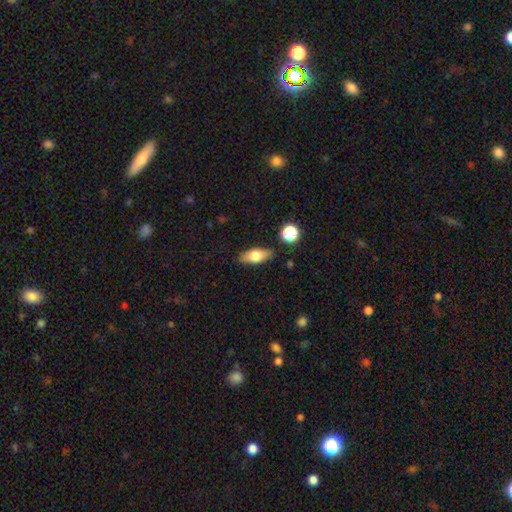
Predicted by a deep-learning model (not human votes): A smooth galaxy with no disk features (67%) that is in between round and cigar-shaped (75%).

Vote fractions:
- Smooth or featured? smooth: 67% / featured or disk: 25% / star or artifact: 8%
- How rounded? in between: 75% / cigar-shaped: 19% / round: 6%
- Merging? none: 84% / minor disturbance: 11% / merger: 3% / major disturbance: 2%